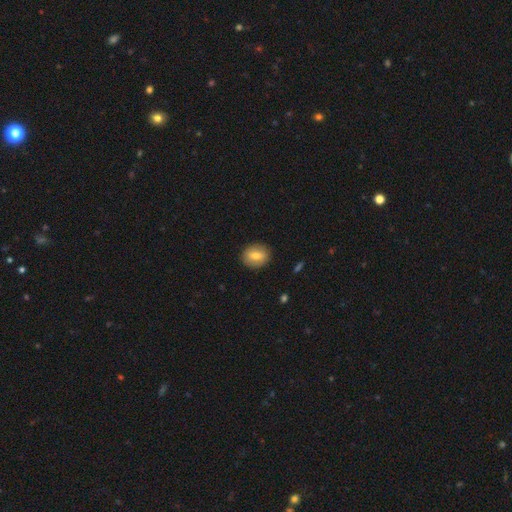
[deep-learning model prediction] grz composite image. It shows a smooth galaxy with no disk features (72%) that is round (54%). Merging: none (88%).